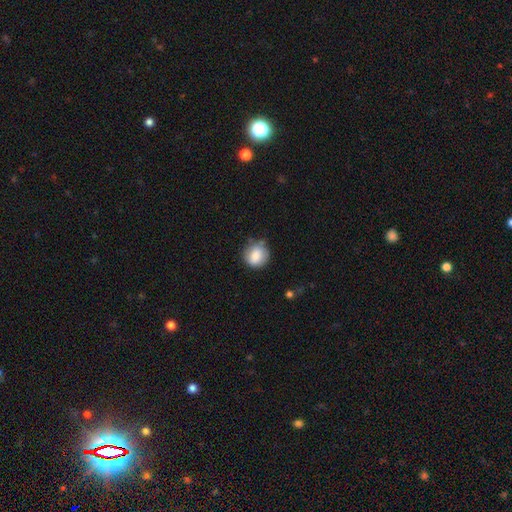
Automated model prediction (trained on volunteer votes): This is clearly a smooth galaxy (83%). How rounded: clearly round (85%). Merging: likely none (68%).